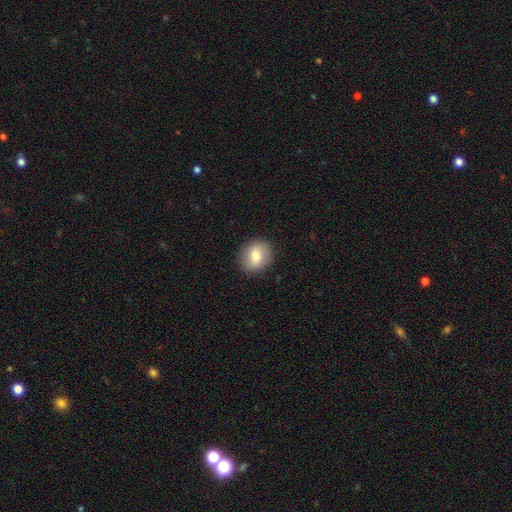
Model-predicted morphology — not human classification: Smooth or featured: smooth — 75% (featured or disk — 17%)
How rounded: round — 70% (in between — 29%)
Merging: none — 89% (minor disturbance — 8%)